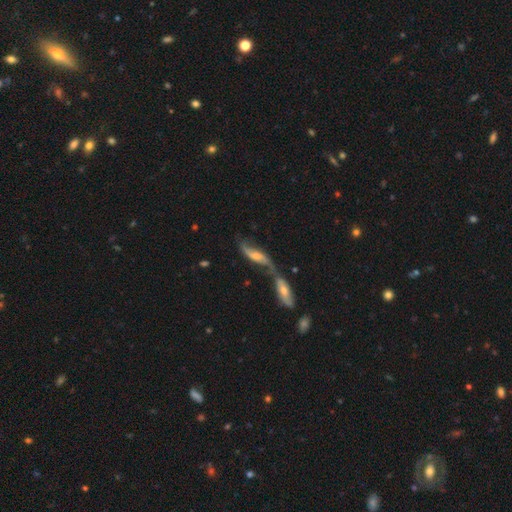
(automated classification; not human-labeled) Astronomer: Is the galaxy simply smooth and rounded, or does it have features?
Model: featured or disk — 69%.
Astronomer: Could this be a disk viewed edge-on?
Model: no — 79%.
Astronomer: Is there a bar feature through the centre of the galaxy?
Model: no — 47% (runner-up: weak, 38%).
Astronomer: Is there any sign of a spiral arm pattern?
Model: yes — 88%.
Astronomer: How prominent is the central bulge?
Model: moderate — 37% (runner-up: small, 34%).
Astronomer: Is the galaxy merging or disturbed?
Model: merger — 66%.